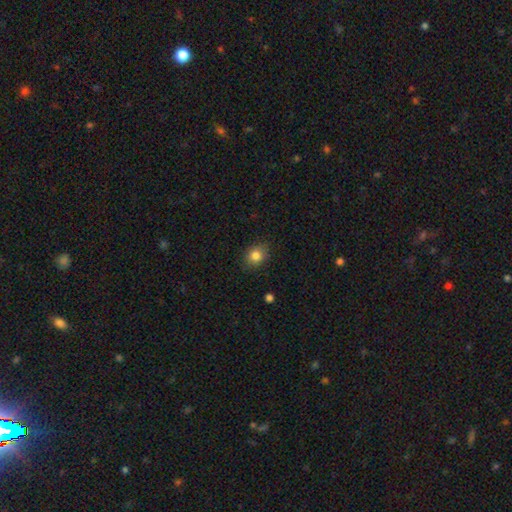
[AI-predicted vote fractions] Morphology: type=smooth (83%); roundness=round (56%); merging=none (86%).